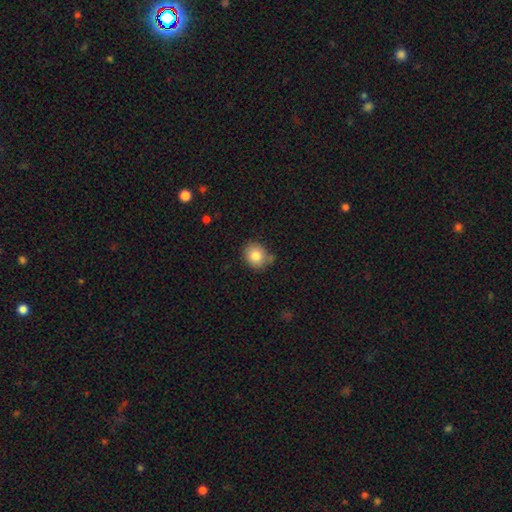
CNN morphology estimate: This appears to be a smooth galaxy with no disk features (82%) that is round (70%). Merging: none (69%).